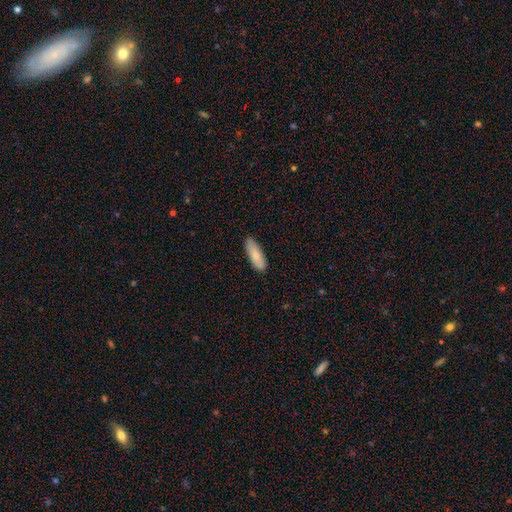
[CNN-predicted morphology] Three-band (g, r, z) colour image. It shows a smooth galaxy with no disk features (82%) that is in between round and cigar-shaped (51%). Merging: none (85%).